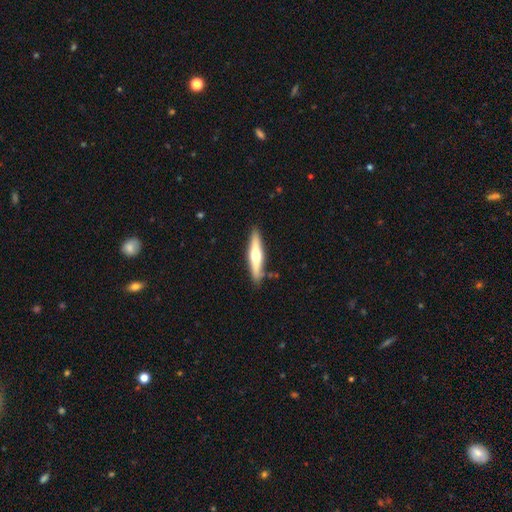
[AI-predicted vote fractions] Smooth or featured: featured or disk — 52% (smooth — 43%)
Edge-on disk: yes — 93% (no — 7%)
Merging: none — 87% (minor disturbance — 9%)